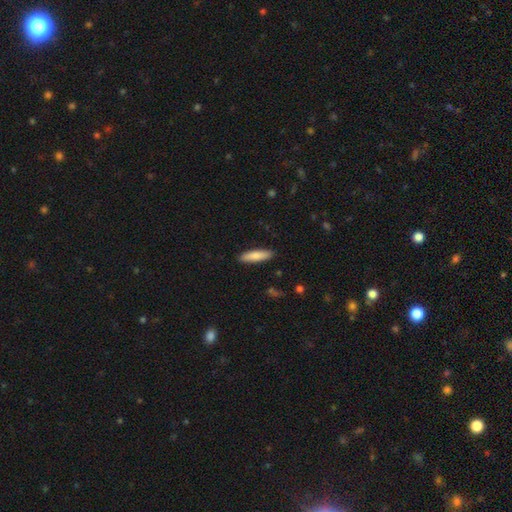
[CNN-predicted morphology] Overall: smooth (81%). How rounded: cigar-shaped (72%). Merging: none (90%).